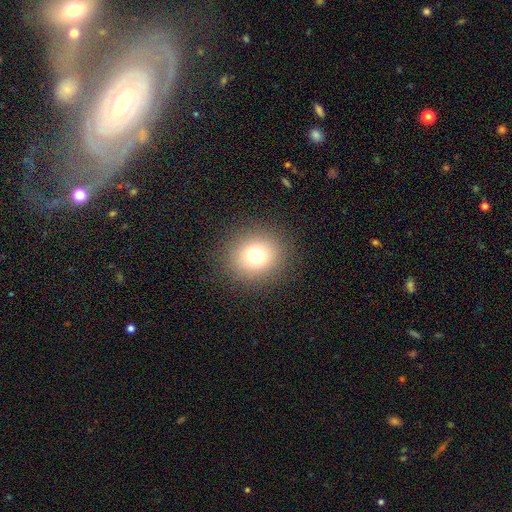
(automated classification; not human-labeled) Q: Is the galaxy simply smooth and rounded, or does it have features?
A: smooth — 75%.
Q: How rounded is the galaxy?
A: round — 81%.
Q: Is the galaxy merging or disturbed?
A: none — 88%.